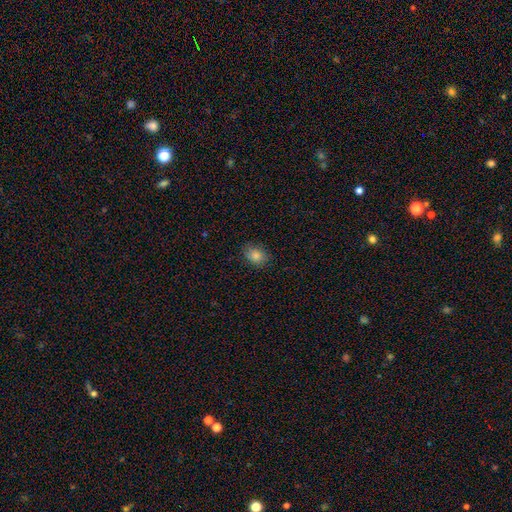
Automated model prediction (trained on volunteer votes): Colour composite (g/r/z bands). It shows a smooth galaxy with no disk features (82%) that is in between round and cigar-shaped (64%). Merging: none (82%).